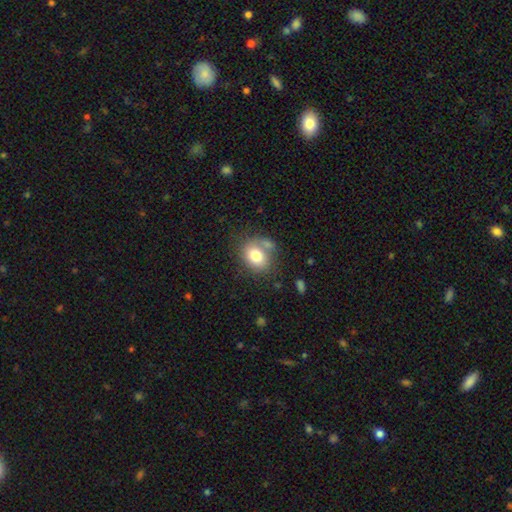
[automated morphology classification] Smooth or featured: smooth — 77% (featured or disk — 13%)
How rounded: round — 52% (in between — 47%)
Merging: none — 58% (minor disturbance — 18%)